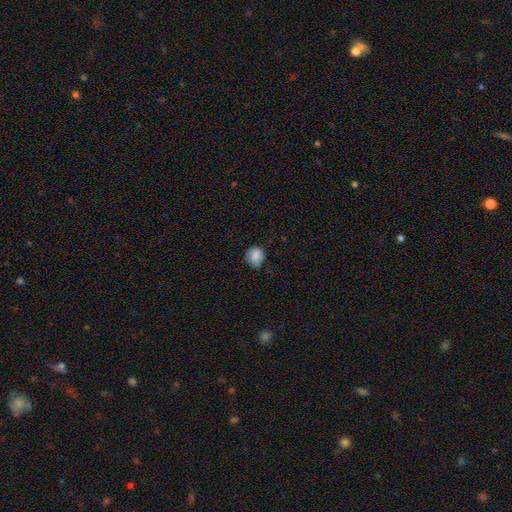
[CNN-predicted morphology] smooth-or-featured: smooth: 78% | featured or disk: 13% | star or artifact: 9%
  how-rounded: round: 68% | in between: 31% | cigar-shaped: 1%
  merging: none: 64% | minor disturbance: 27% | major disturbance: 7% | merger: 1%